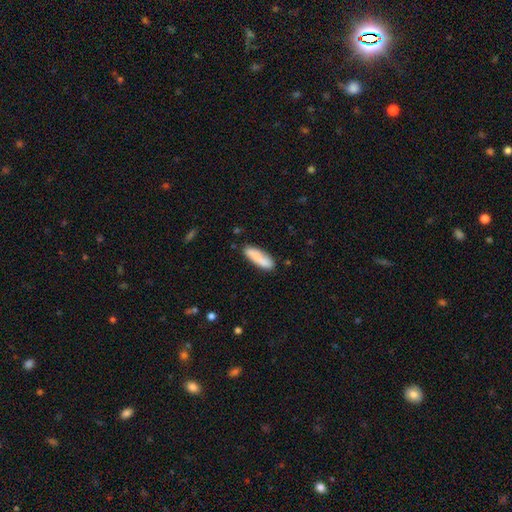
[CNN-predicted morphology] Q: Smooth or featured?
A: smooth (81%); runner-up: featured or disk (13%)
Q: How rounded?
A: cigar-shaped (58%); runner-up: in between (40%)
Q: Merging?
A: none (76%); runner-up: minor disturbance (16%)